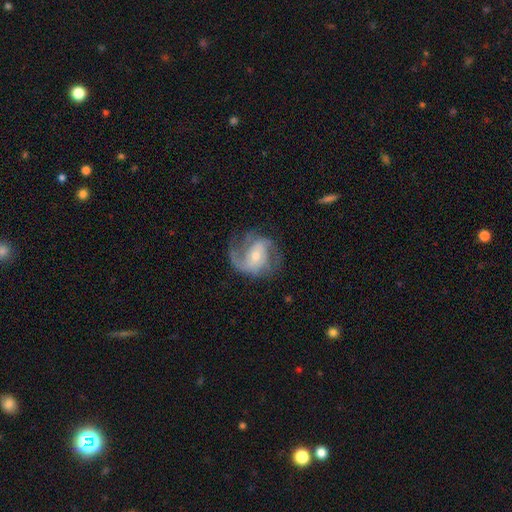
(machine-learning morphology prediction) This appears to be a featured or disk galaxy (85%) with no bar (42%), 2 (58%) medium (49%) spiral arms (95%) and a small central bulge (55%). Merging: none (62%).